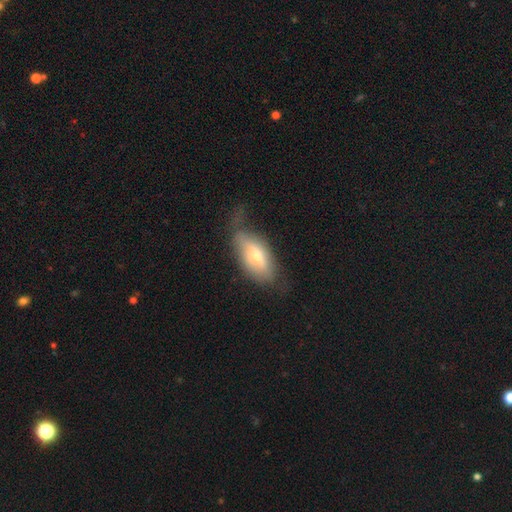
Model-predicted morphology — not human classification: type=smooth (56%); roundness=in between (85%); merging=none (41%).